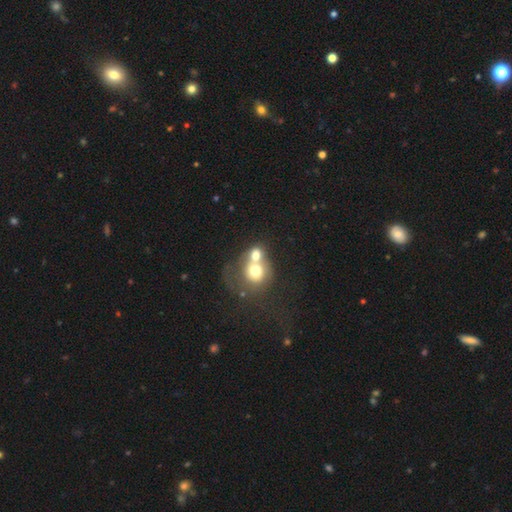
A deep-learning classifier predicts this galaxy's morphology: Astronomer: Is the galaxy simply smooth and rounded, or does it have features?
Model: smooth — 64%.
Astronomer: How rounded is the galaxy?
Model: round — 71%.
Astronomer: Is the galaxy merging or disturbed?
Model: merger — 72%.